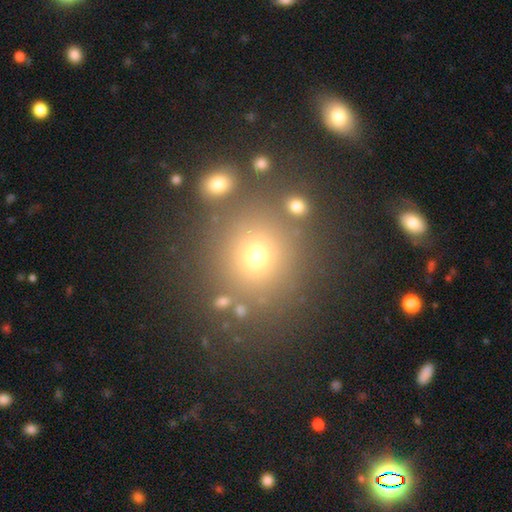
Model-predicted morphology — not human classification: A smooth galaxy with no disk features (65%) that is round (86%). Merging: none (79%).